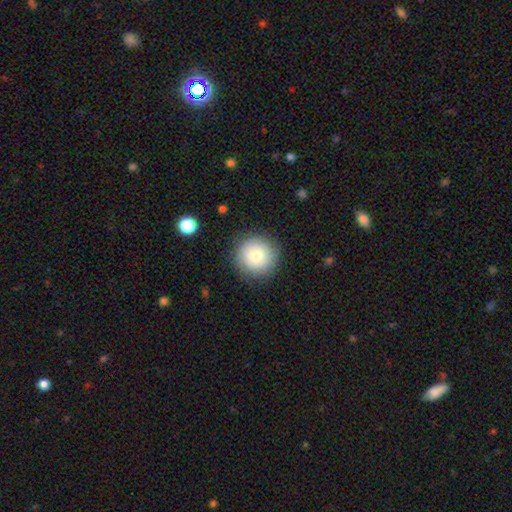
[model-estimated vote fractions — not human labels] Smooth or featured: smooth — 83% (star or artifact — 9%)
How rounded: round — 95% (in between — 4%)
Merging: none — 88% (minor disturbance — 8%)